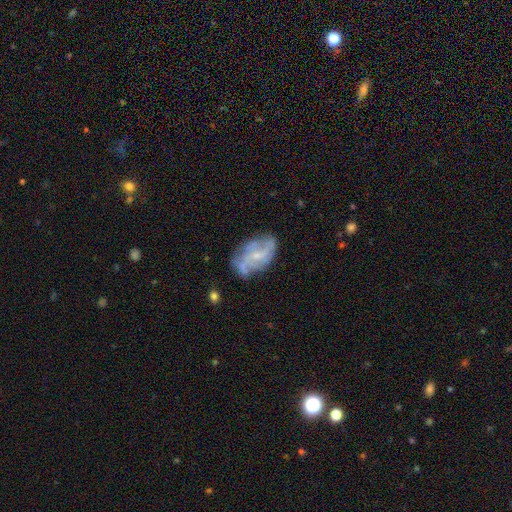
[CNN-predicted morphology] featured or disk 71%, smooth 21%, star or artifact 8%. Down the decision tree: edge-on disk — no (96%); bar — no (60%); spiral arms — yes (76%); spiral arm count — can't tell (37%); spiral winding — medium (40%); bulge size — small (66%); merging — none (59%).